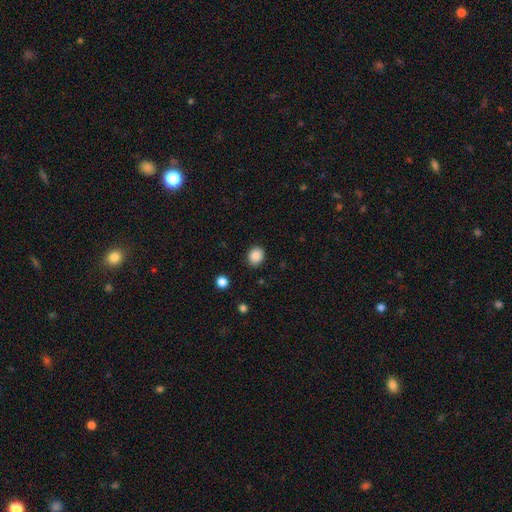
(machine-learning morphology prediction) The model was most divided on "how rounded": round: 64%, in between: 35%, cigar-shaped: 1%. More confident: smooth or featured — smooth (88%); merging — none (87%).